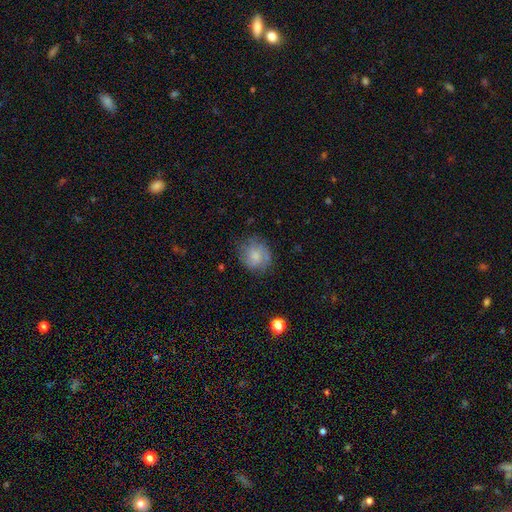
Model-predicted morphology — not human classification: type=smooth (65%); roundness=round (75%); merging=none (67%).